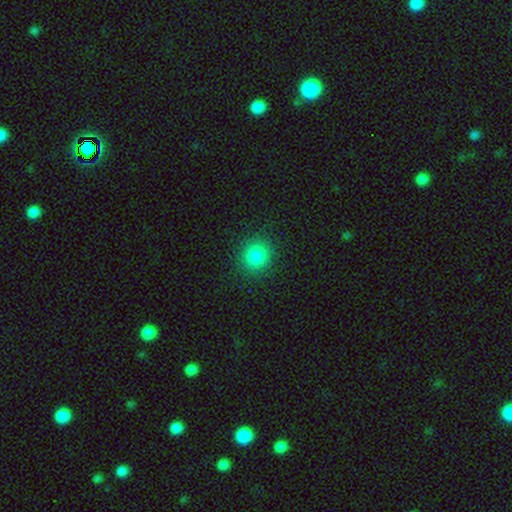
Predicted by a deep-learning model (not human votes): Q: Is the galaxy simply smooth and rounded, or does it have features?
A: smooth — 85%.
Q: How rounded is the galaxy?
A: round — 87%.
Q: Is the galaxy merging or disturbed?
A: none — 90%.